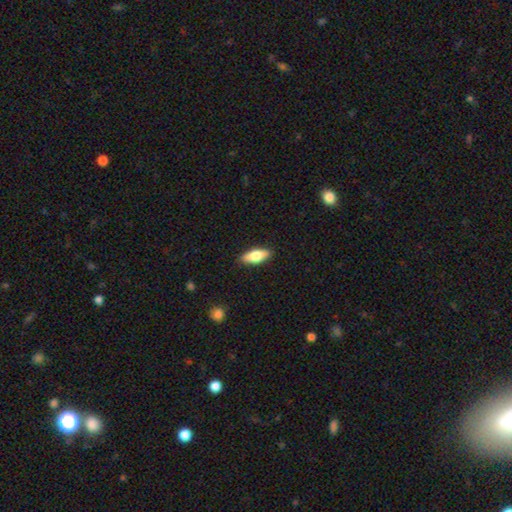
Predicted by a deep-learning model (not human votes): Q: Smooth or featured?
A: smooth (69%); runner-up: featured or disk (25%)
Q: How rounded?
A: in between (72%); runner-up: cigar-shaped (25%)
Q: Merging?
A: none (88%); runner-up: minor disturbance (9%)